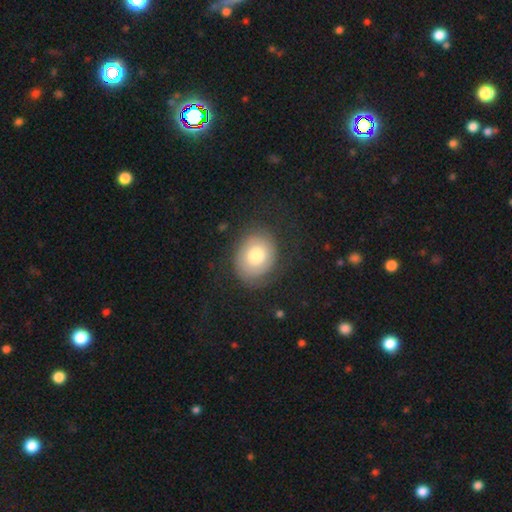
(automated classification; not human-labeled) Morphology: type=smooth (62%); roundness=round (57%); merging=none (74%).